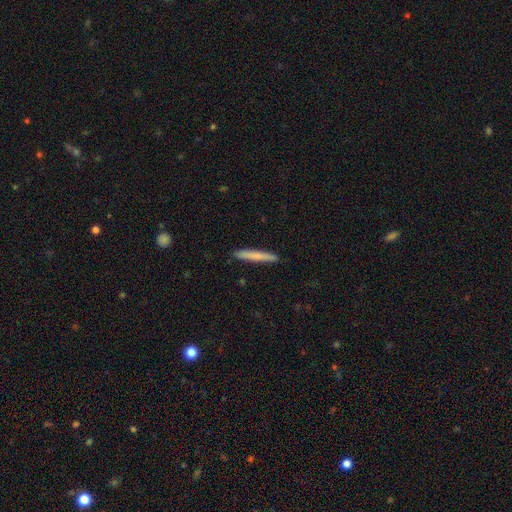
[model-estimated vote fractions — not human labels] This is likely a smooth galaxy (73%). How rounded: clearly cigar-shaped (96%). Merging: clearly none (92%).